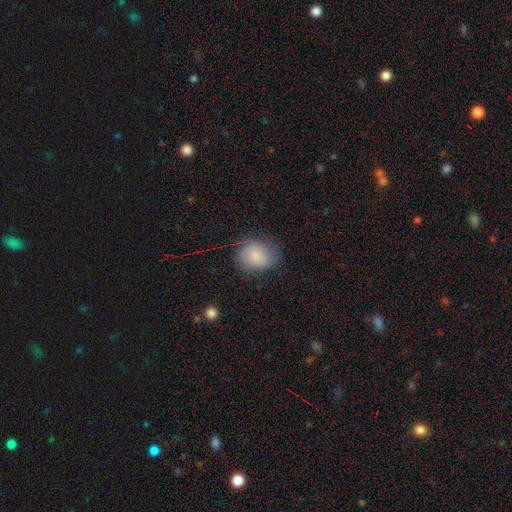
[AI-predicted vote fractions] Q: Smooth or featured?
A: smooth (75%); runner-up: featured or disk (17%)
Q: How rounded?
A: round (58%); runner-up: in between (41%)
Q: Merging?
A: none (66%); runner-up: minor disturbance (23%)